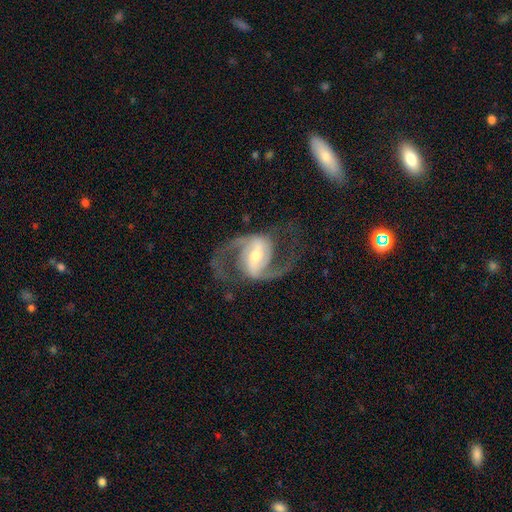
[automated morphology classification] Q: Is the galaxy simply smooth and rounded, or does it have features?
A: featured or disk — 93%.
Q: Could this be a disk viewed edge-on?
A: no — 98%.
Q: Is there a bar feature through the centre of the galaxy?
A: strong — 46%.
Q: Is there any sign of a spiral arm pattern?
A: yes — 98%.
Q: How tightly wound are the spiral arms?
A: medium — 56%.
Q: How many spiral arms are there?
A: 2 — 94%.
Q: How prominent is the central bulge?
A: moderate — 56%.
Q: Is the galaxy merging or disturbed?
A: none — 76%.